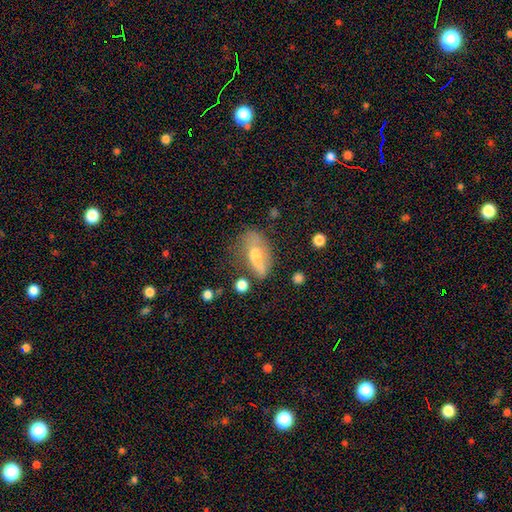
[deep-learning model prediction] Overall: smooth (53%; featured or disk 36%). How rounded: in between (79%). Merging: none (35%; major disturbance 28%).